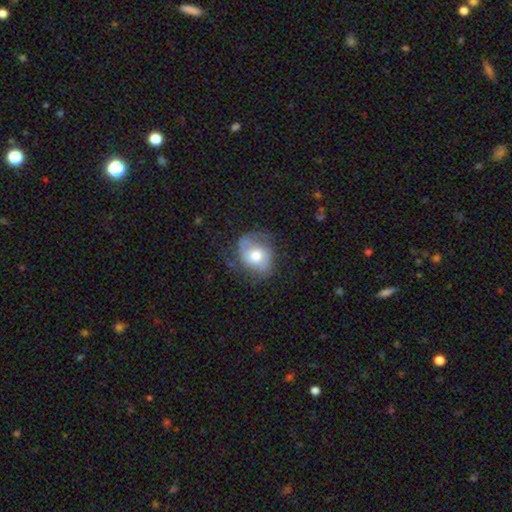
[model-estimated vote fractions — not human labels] This appears to be a featured or disk galaxy (51%). Merging: none (54%).